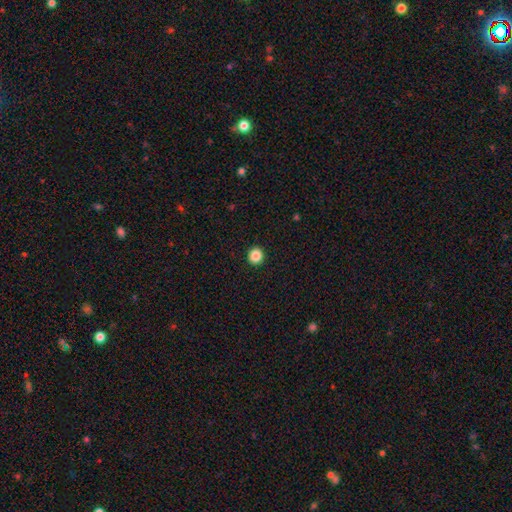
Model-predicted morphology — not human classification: Smooth or featured: smooth — 87% (star or artifact — 10%)
How rounded: round — 91% (in between — 8%)
Merging: none — 94% (minor disturbance — 4%)